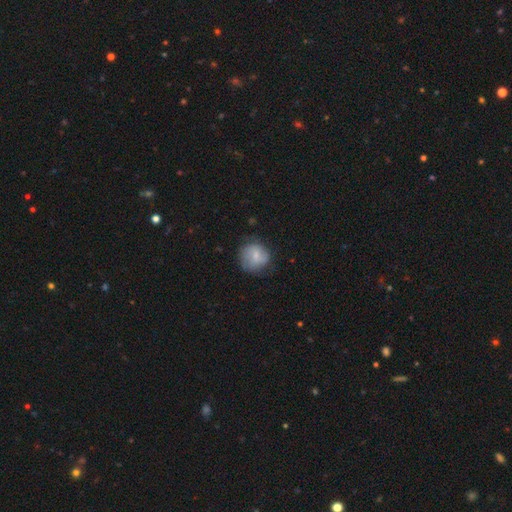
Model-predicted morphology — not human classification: A smooth galaxy with no disk features (68%) that is round (85%). Merging: none (65%).